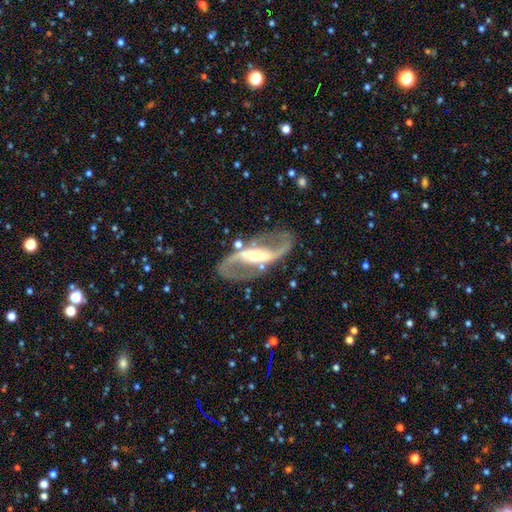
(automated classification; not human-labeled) A featured or disk galaxy (90%) with a strong bar (62%), 2 (93%) loose (45%) spiral arms (95%) and a moderate central bulge (36%). Merging: none (75%).